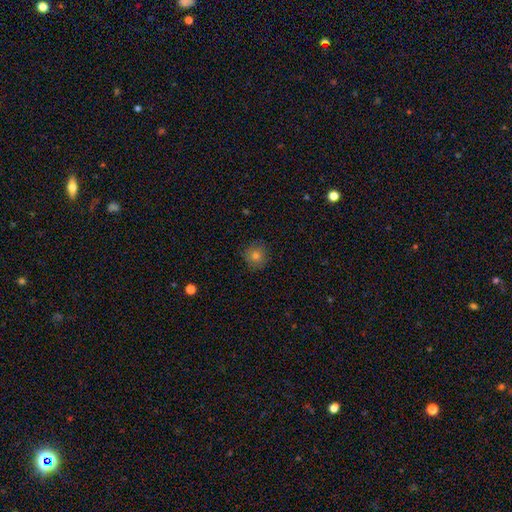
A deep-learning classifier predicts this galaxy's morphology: smooth_or_featured: smooth (p=0.77) [alt: star or artifact p=0.14]
how_rounded: round (p=0.93) [alt: in between p=0.06]
merging: none (p=0.87) [alt: minor disturbance p=0.09]